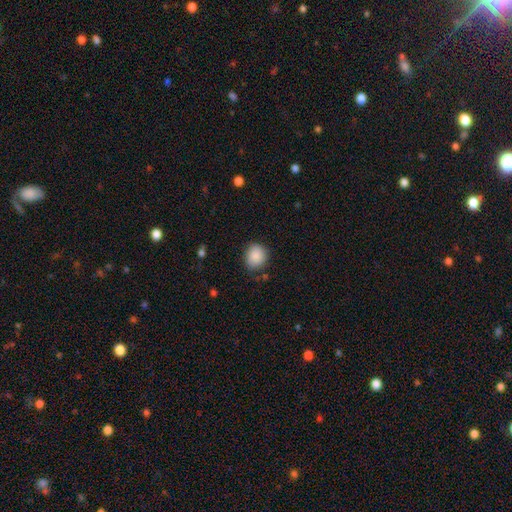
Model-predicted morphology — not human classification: This is clearly a smooth galaxy (88%). How rounded: likely round (72%). Merging: likely none (79%).